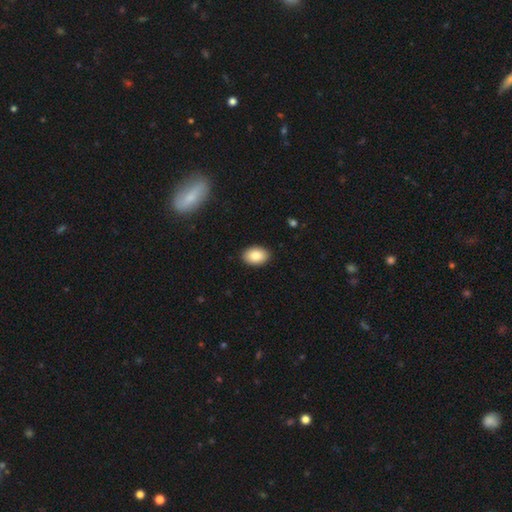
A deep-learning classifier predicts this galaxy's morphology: Smooth or featured? Predicted: smooth (p=0.87). How rounded? Predicted: in between (p=0.87). Merging? Predicted: none (p=0.90).